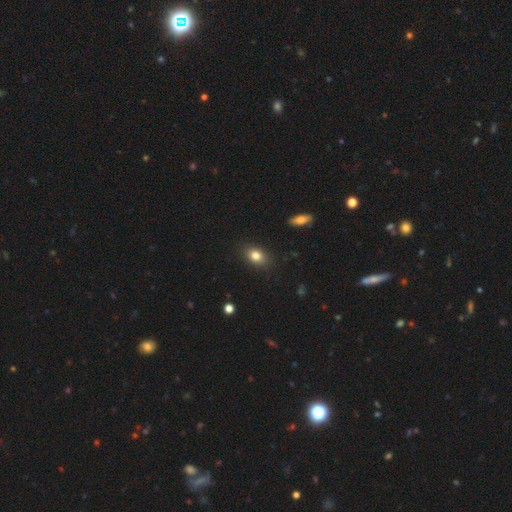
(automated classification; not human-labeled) smooth-or-featured: smooth: 81% | star or artifact: 10% | featured or disk: 9%
  how-rounded: in between: 72% | round: 26% | cigar-shaped: 2%
  merging: none: 86% | minor disturbance: 10% | major disturbance: 2% | merger: 1%